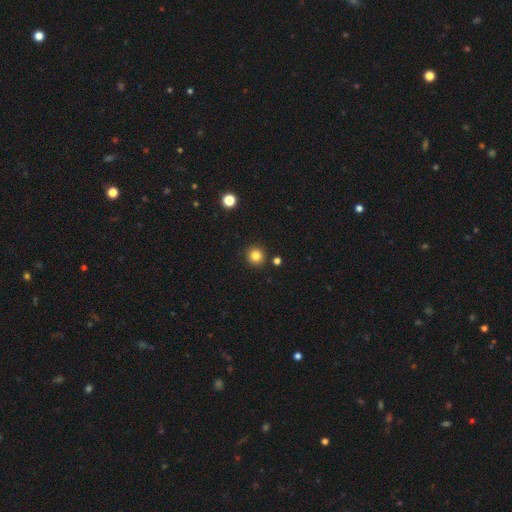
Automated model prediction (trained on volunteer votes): This is clearly a smooth galaxy (83%). How rounded: clearly round (94%). Merging: clearly none (91%).